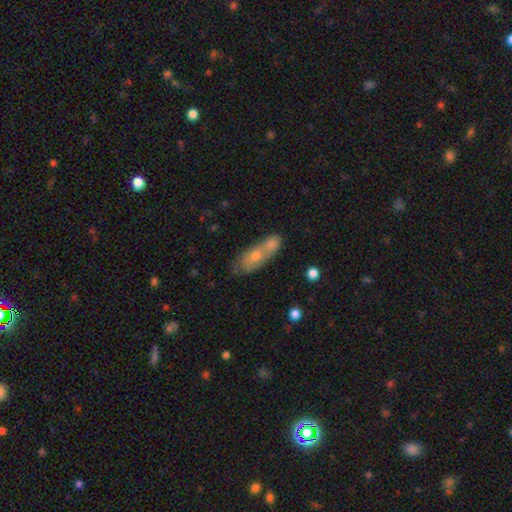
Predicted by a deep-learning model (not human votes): Overall: smooth (61%; featured or disk 30%). How rounded: in between (65%; cigar-shaped 29%). Merging: merger (53%; none 30%).